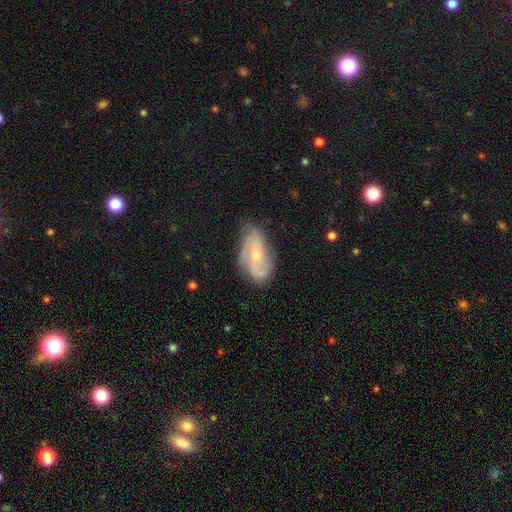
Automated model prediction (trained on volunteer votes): Smooth or featured?
  - featured or disk: 74% *
  - smooth: 19%
  - star or artifact: 7%
Edge-on disk?
  - no: 95% *
  - yes: 5%
Bar?
  - no: 68% *
  - weak: 27%
  - strong: 5%
Spiral arms?
  - yes: 92% *
  - no: 8%
Spiral winding?
  - medium: 45% *
  - tight: 30%
  - loose: 26%
Spiral arm count?
  - 2: 41% *
  - 3: 26%
  - can't tell: 20%
  - 4: 5%
  - 1: 4%
  - more than 4: 3%
Bulge size?
  - small: 63% *
  - moderate: 33%
  - none: 2%
  - large: 1%
  - dominant: 1%
Merging?
  - none: 62% *
  - minor disturbance: 28%
  - major disturbance: 9%
  - merger: 2%